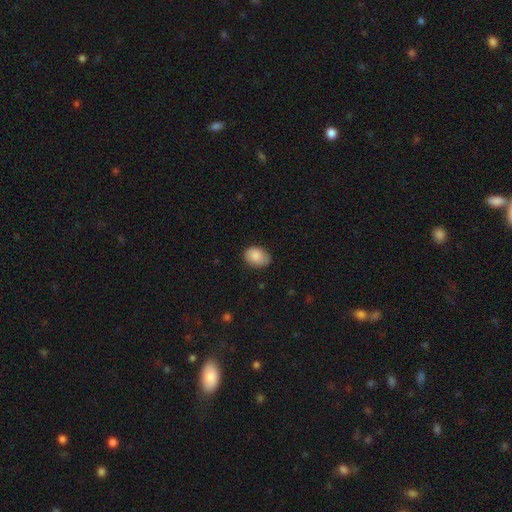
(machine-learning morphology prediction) smooth 85%, featured or disk 8%, star or artifact 7%. Down the decision tree: how rounded — in between (75%); merging — none (73%).